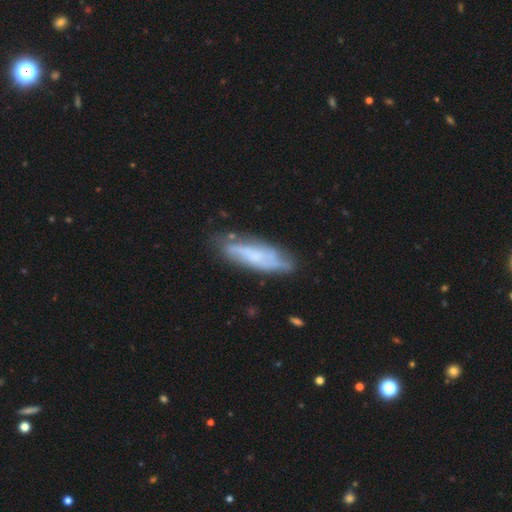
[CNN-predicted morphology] A featured or disk galaxy (57%).

Vote fractions:
- Smooth or featured? featured or disk: 57% / smooth: 36% / star or artifact: 7%
- Edge-on disk? no: 67% / yes: 33%
- Merging? none: 69% / minor disturbance: 22% / major disturbance: 6% / merger: 3%